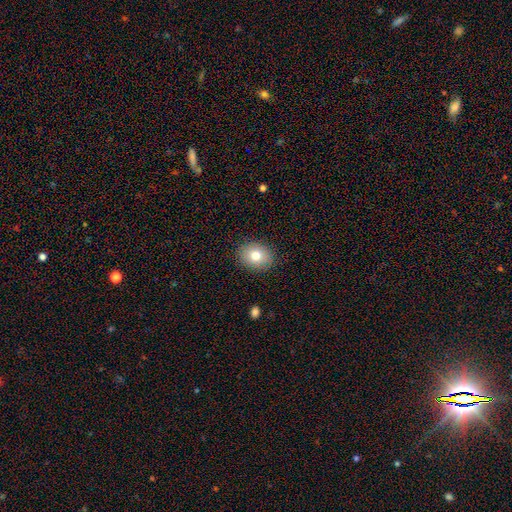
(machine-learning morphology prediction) This appears to be a smooth galaxy with no disk features (77%) that is in between round and cigar-shaped (53%). Merging: none (88%).